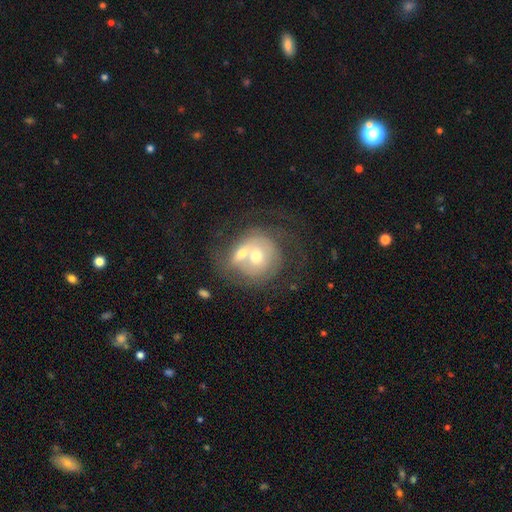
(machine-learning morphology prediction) A featured or disk galaxy (52%) with no bar (84%), no spiral arms (64%) and a moderate central bulge (64%).

Vote fractions:
- Smooth or featured? featured or disk: 52% / smooth: 40% / star or artifact: 8%
- Edge-on disk? no: 96% / yes: 4%
- Bar? no: 84% / weak: 13% / strong: 4%
- Spiral arms? no: 64% / yes: 36%
- Bulge size? moderate: 64% / small: 24% / large: 8% / none: 2% / dominant: 2%
- Merging? merger: 59% / none: 22% / major disturbance: 10% / minor disturbance: 9%